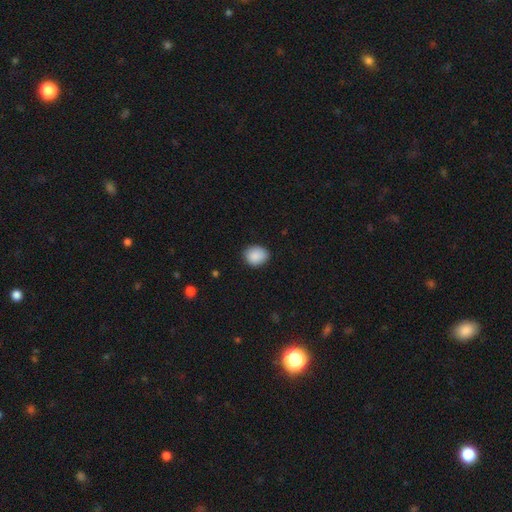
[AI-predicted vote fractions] smooth-or-featured: smooth: 89% | star or artifact: 8% | featured or disk: 3%
  how-rounded: round: 59% | in between: 40% | cigar-shaped: 1%
  merging: none: 84% | minor disturbance: 12% | major disturbance: 2% | merger: 1%